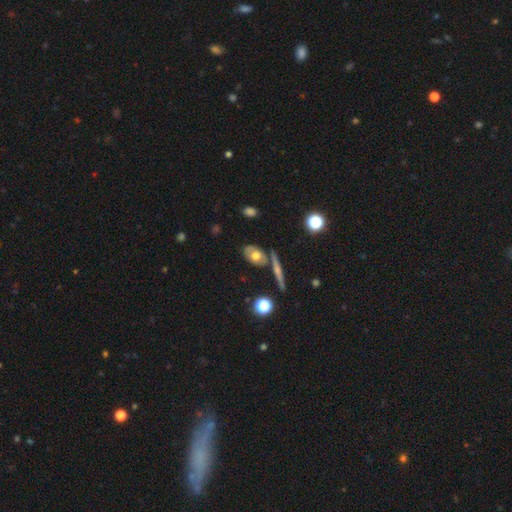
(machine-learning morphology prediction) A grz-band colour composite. It shows a smooth galaxy with no disk features (56%) that is in between round and cigar-shaped (79%). Merging: none (66%).